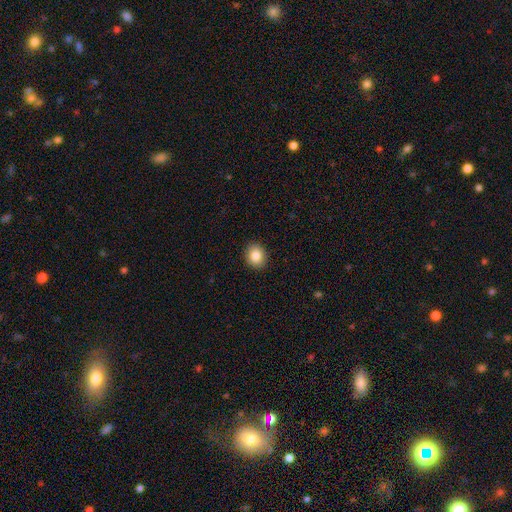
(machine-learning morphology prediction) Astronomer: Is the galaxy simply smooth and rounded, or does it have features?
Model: smooth — 86%.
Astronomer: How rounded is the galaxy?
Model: round — 60% (runner-up: in between, 40%).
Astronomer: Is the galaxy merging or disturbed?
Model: none — 90%.